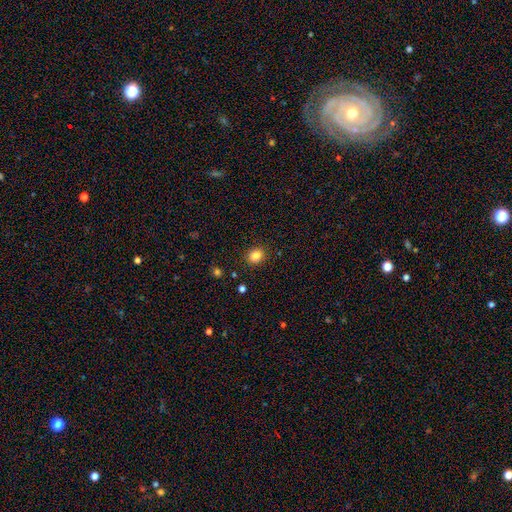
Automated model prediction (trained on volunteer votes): smooth 84%, star or artifact 11%, featured or disk 5%. Down the decision tree: how rounded — round (66%); merging — none (89%).